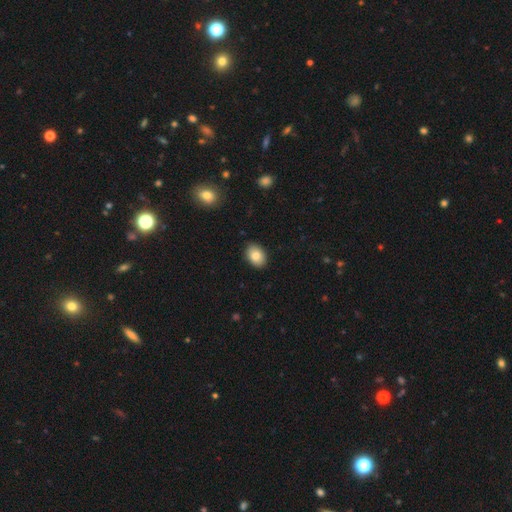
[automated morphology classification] Smooth or featured: smooth — 84% (featured or disk — 8%)
How rounded: in between — 77% (round — 21%)
Merging: none — 89% (minor disturbance — 9%)